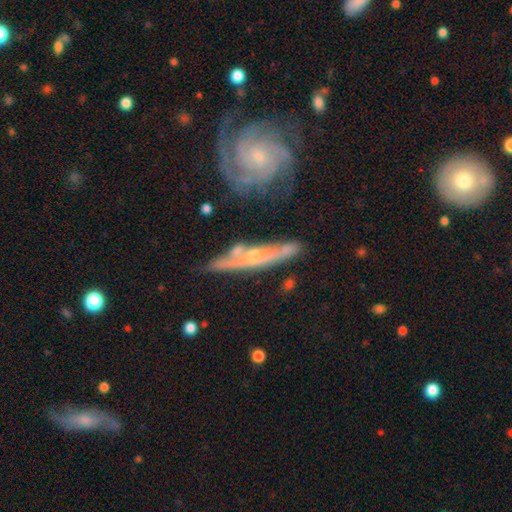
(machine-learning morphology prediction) Overall: featured or disk (72%). Edge-on disk: yes (71%). Edge-on bulge: rounded (79%). Merging: none (66%).